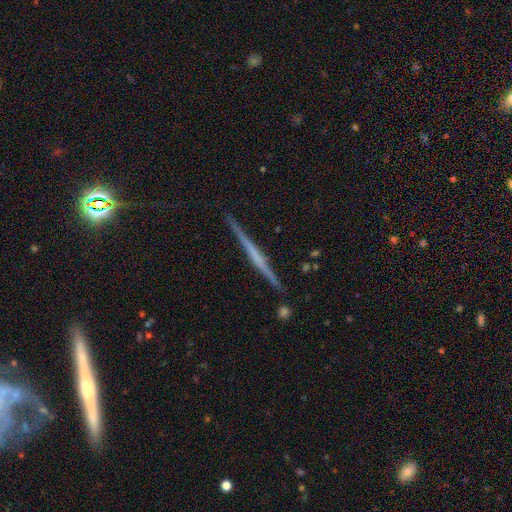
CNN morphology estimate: This is likely a featured or disk galaxy (70%). It is clearly viewed edge-on (98%). Edge-on bulge: likely none (68%). Merging: clearly none (90%).